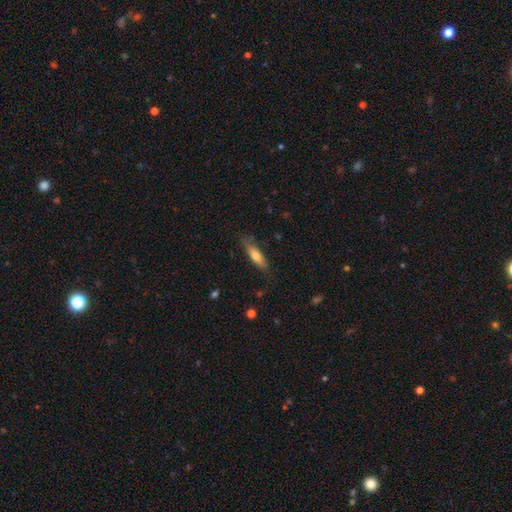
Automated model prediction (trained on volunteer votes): A smooth galaxy with no disk features (69%) that is cigar-shaped (62%).

Vote fractions:
- Smooth or featured? smooth: 69% / featured or disk: 24% / star or artifact: 6%
- How rounded? cigar-shaped: 62% / in between: 36% / round: 2%
- Merging? none: 74% / minor disturbance: 20% / major disturbance: 5% / merger: 2%